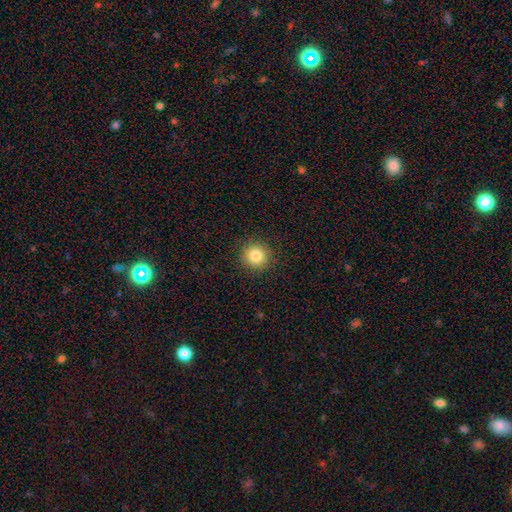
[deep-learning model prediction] smooth 83%, star or artifact 11%, featured or disk 6%. Down the decision tree: how rounded — round (94%); merging — none (91%).